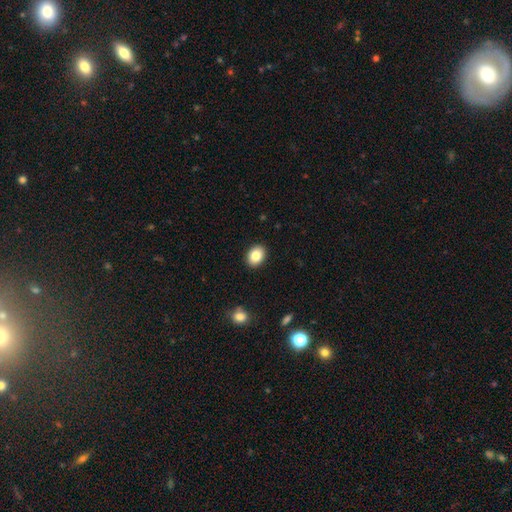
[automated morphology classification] smooth 84%, star or artifact 9%, featured or disk 7%. Down the decision tree: how rounded — in between (64%); merging — none (91%).